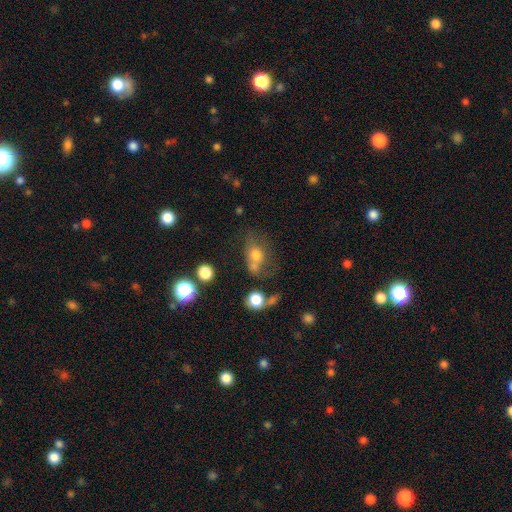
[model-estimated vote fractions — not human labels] Overall: smooth (67%). How rounded: in between (52%; round 45%). Merging: none (35%; merger 32%).